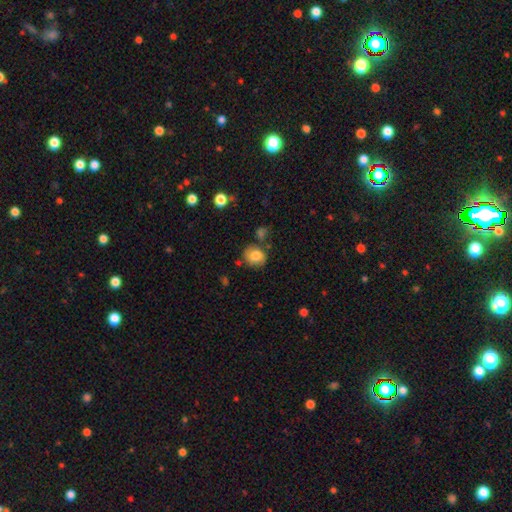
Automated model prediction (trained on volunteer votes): Smooth or featured: smooth — 80% (featured or disk — 11%)
How rounded: round — 70% (in between — 29%)
Merging: none — 71% (minor disturbance — 17%)